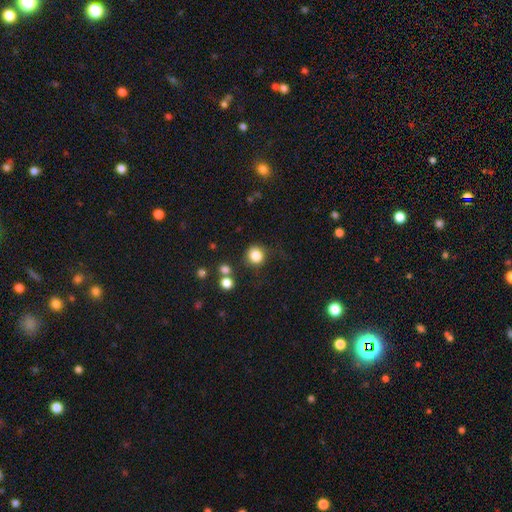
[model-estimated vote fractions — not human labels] Smooth or featured: smooth — 84% (star or artifact — 11%)
How rounded: round — 89% (in between — 10%)
Merging: none — 76% (minor disturbance — 14%)